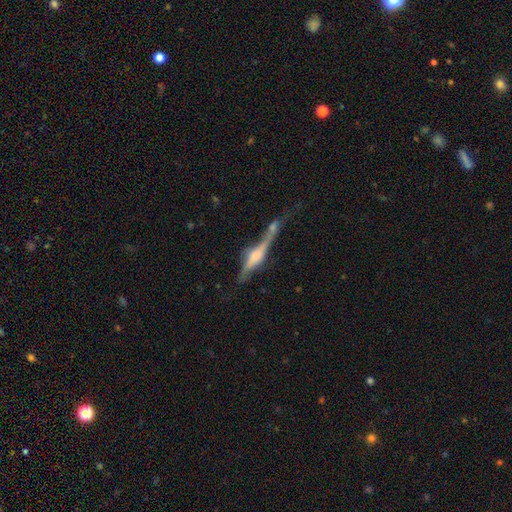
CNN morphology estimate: smooth-or-featured: featured or disk: 66% | smooth: 25% | star or artifact: 8%
  disk-edge-on: yes: 87% | no: 13%
    edge-on-bulge: rounded: 70% | boxy: 22% | none: 9%
  merging: none: 35% | merger: 34% | minor disturbance: 17% | major disturbance: 14%